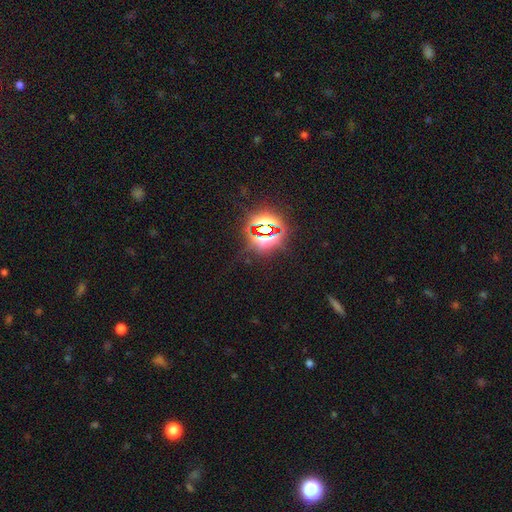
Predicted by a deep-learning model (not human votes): This appears to be a star or artifact, not a galaxy (82%).